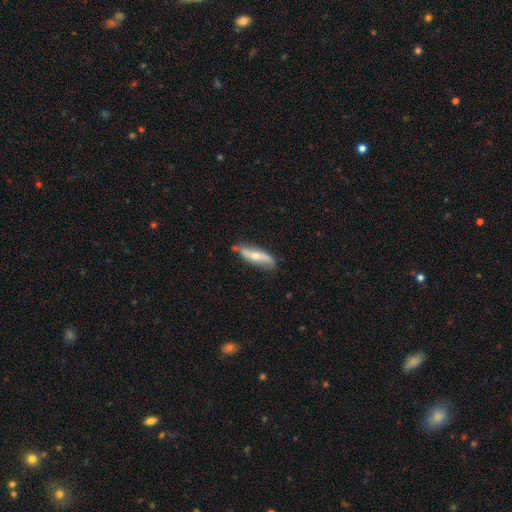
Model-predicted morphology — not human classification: This appears to be a featured or disk galaxy (57%). Merging: none (68%).